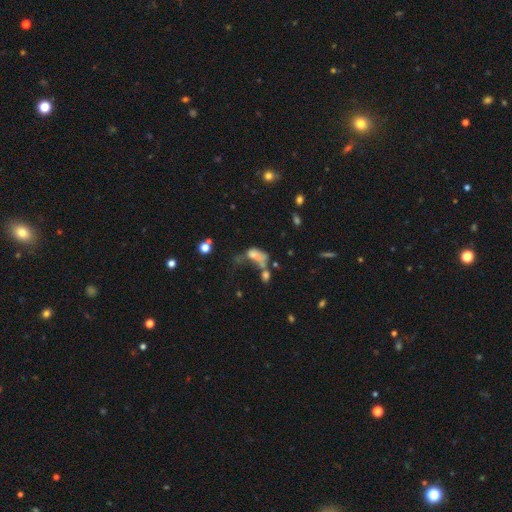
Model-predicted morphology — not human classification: smooth 58%, featured or disk 26%, star or artifact 15%. Down the decision tree: how rounded — in between (84%); merging — major disturbance (36%).